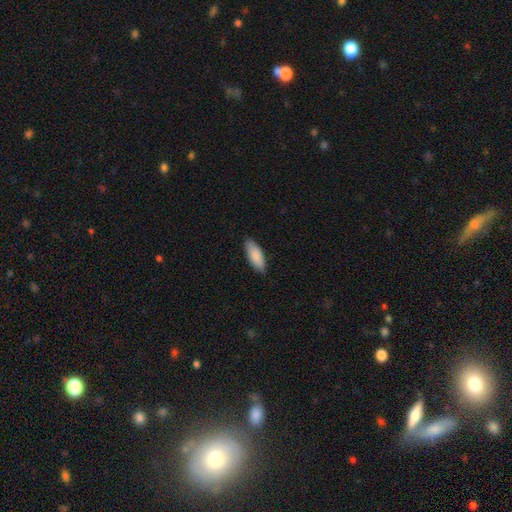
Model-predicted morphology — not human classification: smooth-or-featured: smooth: 88% | featured or disk: 7% | star or artifact: 5%
  how-rounded: in between: 79% | cigar-shaped: 19% | round: 2%
  merging: none: 80% | minor disturbance: 16% | major disturbance: 2% | merger: 1%